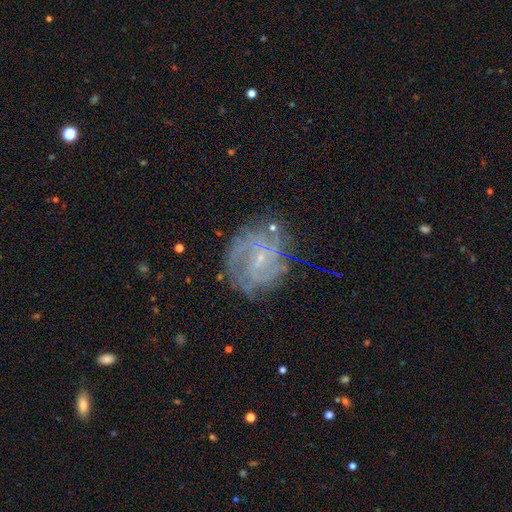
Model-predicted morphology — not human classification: type=featured or disk (71%); edge-on=no (97%); bar=weak (46%); spiral arms=yes (86%); winding=tight (51%); arm count=can't tell (36%); bulge=small (73%); merging=none (72%).